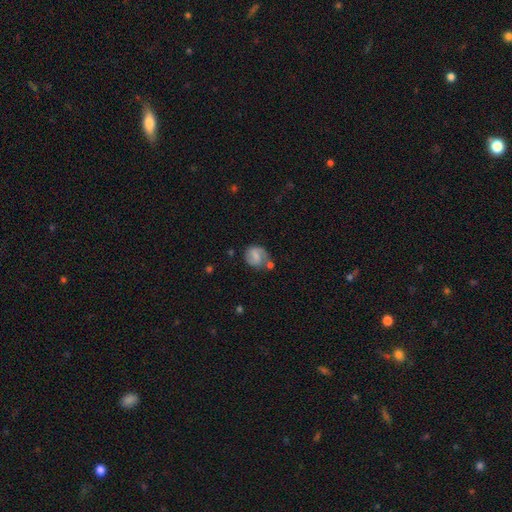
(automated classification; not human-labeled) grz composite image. It shows a smooth galaxy with no disk features (46%, tied with featured or disk). Merging: none (53%).